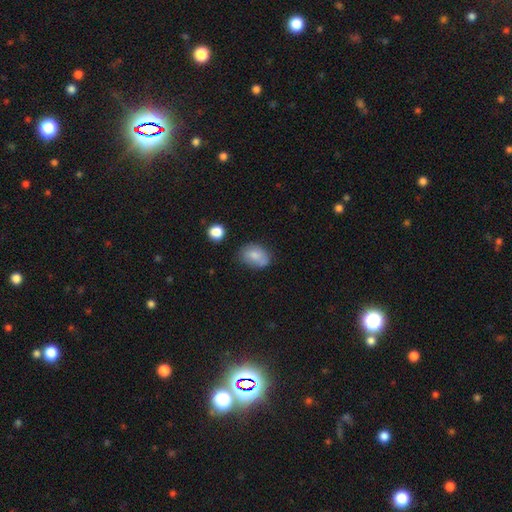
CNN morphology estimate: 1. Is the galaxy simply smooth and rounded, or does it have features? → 79% smooth, 12% featured or disk, 8% star or artifact.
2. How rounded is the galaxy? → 78% in between, 20% round, 1% cigar-shaped.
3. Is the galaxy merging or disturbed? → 59% none, 27% minor disturbance, 8% merger, 7% major disturbance.